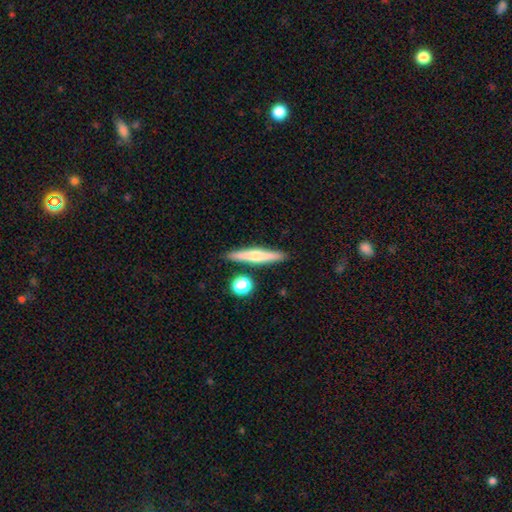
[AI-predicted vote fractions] A featured or disk galaxy (48%). Merging: none (87%).